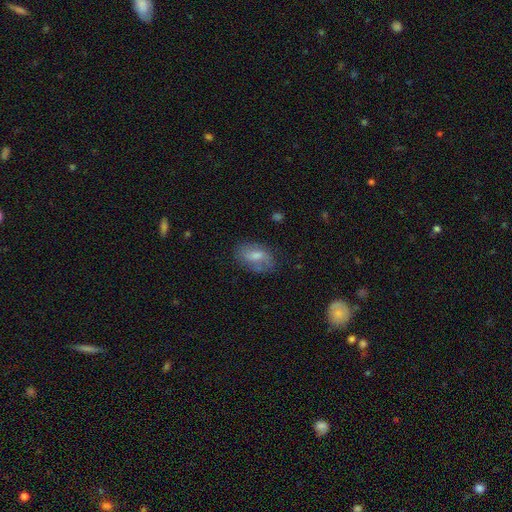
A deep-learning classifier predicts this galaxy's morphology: Q: Smooth or featured?
A: smooth (59%); runner-up: featured or disk (34%)
Q: How rounded?
A: in between (89%); runner-up: round (8%)
Q: Merging?
A: none (66%); runner-up: minor disturbance (23%)